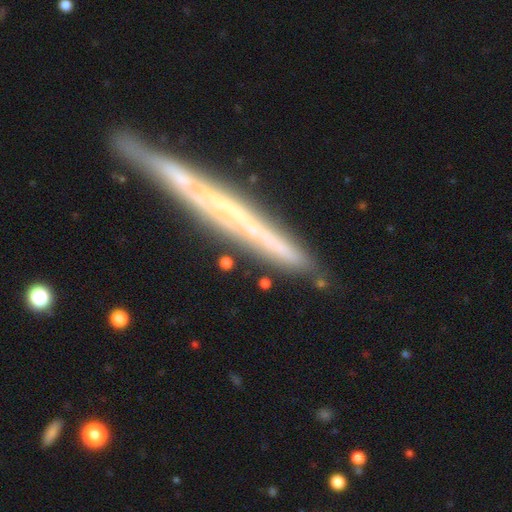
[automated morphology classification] The model was most divided on "smooth or featured": featured or disk: 64%, smooth: 28%, star or artifact: 8%. More confident: edge-on disk — yes (93%); edge-on bulge — none (84%); merging — none (80%).